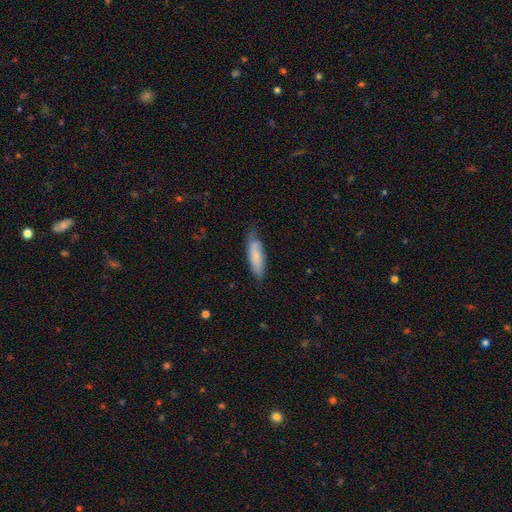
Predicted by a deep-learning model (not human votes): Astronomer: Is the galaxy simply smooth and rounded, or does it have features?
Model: smooth — 76%.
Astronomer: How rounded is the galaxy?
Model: cigar-shaped — 52% (runner-up: in between, 47%).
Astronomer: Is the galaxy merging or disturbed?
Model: none — 66%.